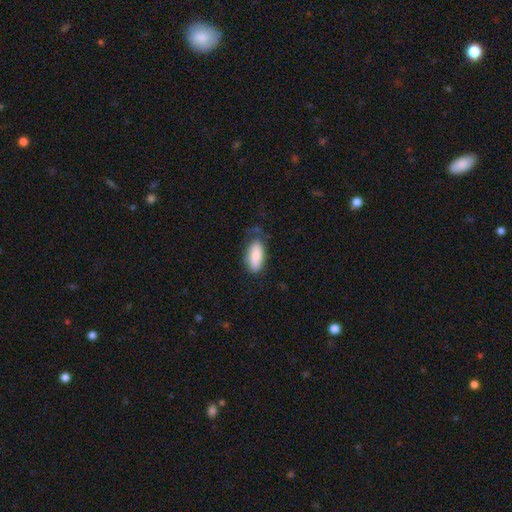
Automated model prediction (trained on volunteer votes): Smooth or featured?
  - smooth: 83% *
  - featured or disk: 11%
  - star or artifact: 6%
How rounded?
  - in between: 86% *
  - cigar-shaped: 12%
  - round: 2%
Merging?
  - none: 54% *
  - minor disturbance: 31%
  - major disturbance: 12%
  - merger: 2%